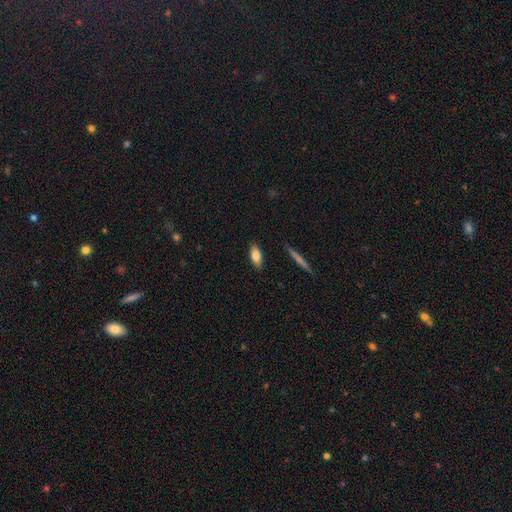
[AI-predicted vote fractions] The model was most divided on "how rounded": in between: 77%, cigar-shaped: 20%, round: 3%. More confident: merging — none (87%); smooth or featured — smooth (79%).